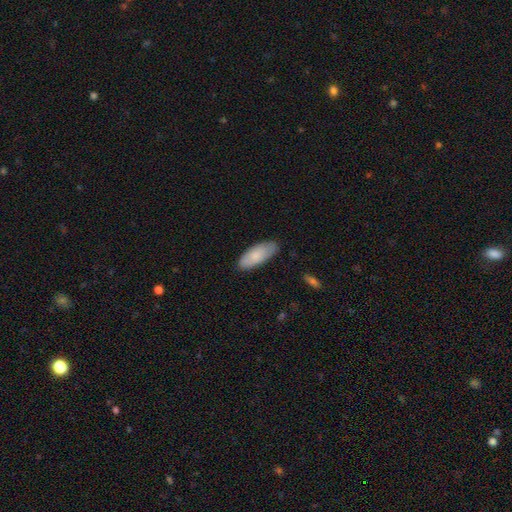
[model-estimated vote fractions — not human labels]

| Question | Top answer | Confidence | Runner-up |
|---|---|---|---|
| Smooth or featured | smooth | 81% | featured or disk (14%) |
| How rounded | in between | 81% | cigar-shaped (17%) |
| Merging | none | 81% | minor disturbance (15%) |